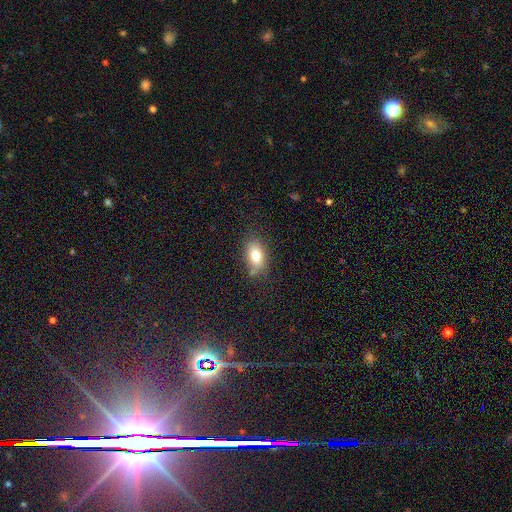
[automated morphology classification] The model was most divided on "merging": none: 75%, minor disturbance: 17%, merger: 4%, major disturbance: 4%. More confident: how rounded — in between (86%); smooth or featured — smooth (77%).